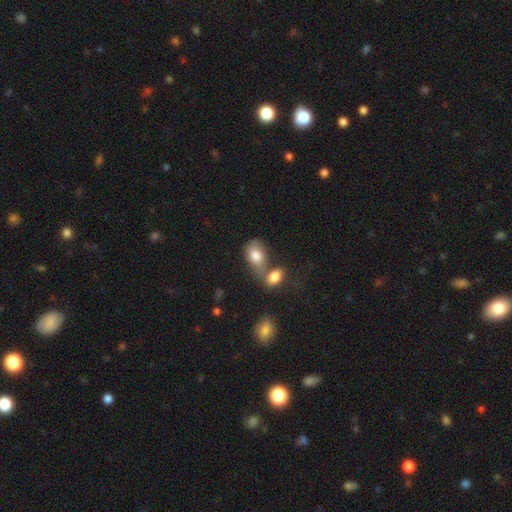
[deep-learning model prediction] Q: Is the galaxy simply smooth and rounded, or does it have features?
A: smooth — 79%.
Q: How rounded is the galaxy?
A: in between — 86%.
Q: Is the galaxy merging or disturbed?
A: merger — 52%.